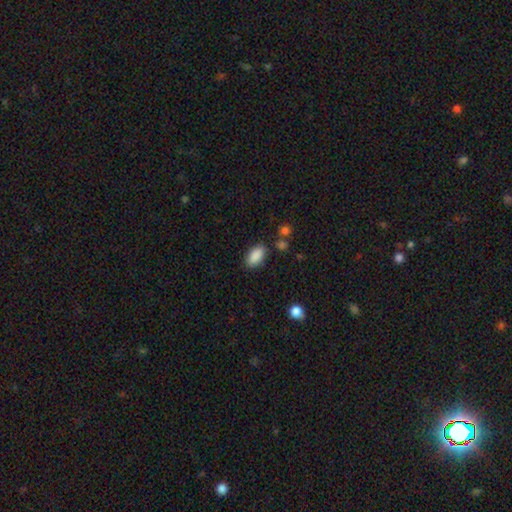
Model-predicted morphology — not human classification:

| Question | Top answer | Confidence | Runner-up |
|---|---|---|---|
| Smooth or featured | smooth | 89% | star or artifact (7%) |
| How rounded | in between | 93% | round (4%) |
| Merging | none | 83% | minor disturbance (11%) |